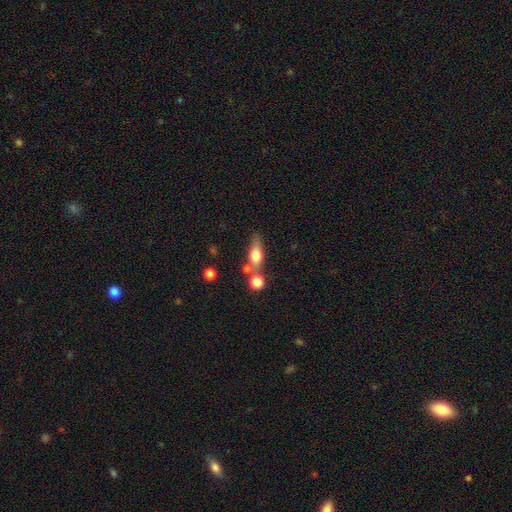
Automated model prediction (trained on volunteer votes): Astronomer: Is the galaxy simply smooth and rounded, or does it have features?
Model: smooth — 65%.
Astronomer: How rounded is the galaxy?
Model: in between — 58%.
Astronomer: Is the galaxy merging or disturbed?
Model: none — 51%.